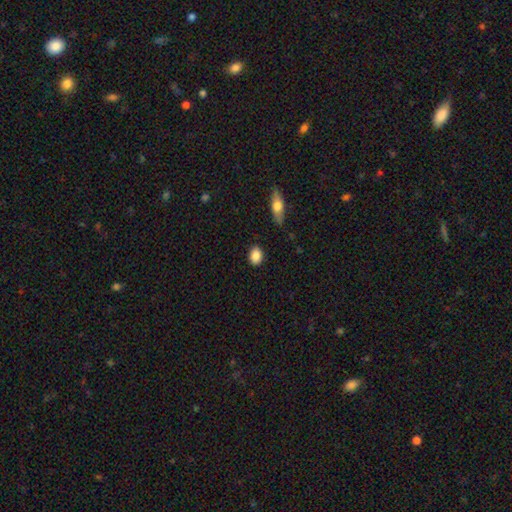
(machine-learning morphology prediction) type=smooth (87%); roundness=in between (71%); merging=none (86%).